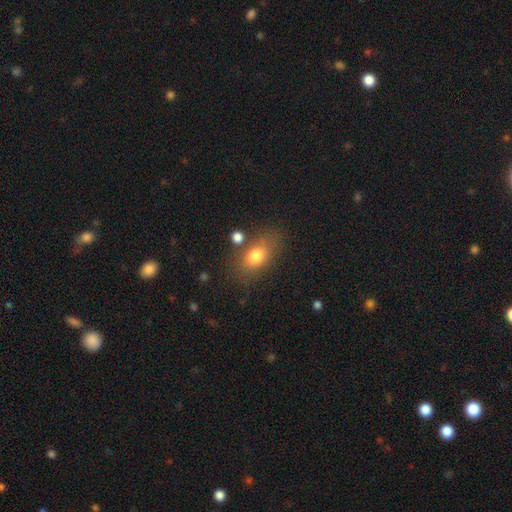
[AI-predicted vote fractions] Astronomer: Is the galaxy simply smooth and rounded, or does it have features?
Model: smooth — 78%.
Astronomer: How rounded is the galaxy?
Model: in between — 77%.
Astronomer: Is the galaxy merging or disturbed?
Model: none — 69%.